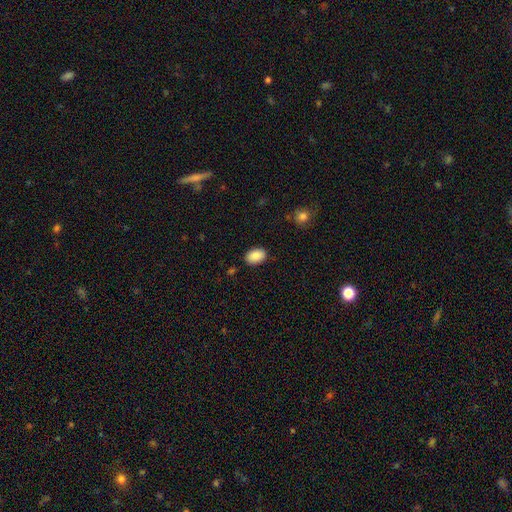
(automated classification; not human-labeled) Smooth or featured? Predicted: smooth (p=0.88). How rounded? Predicted: in between (p=0.88). Merging? Predicted: none (p=0.87).